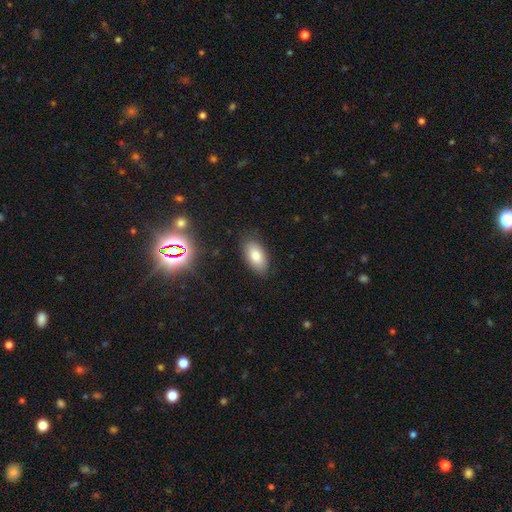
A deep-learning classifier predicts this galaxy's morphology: Overall: smooth (80%). How rounded: in between (93%). Merging: none (86%).